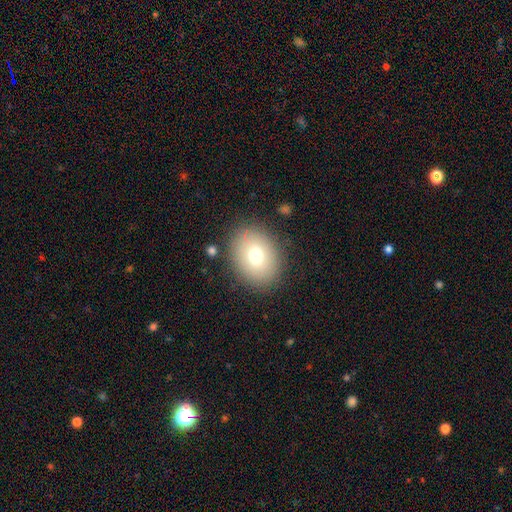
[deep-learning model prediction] smooth 71%, featured or disk 18%, star or artifact 11%. Down the decision tree: how rounded — in between (62%); merging — none (84%).